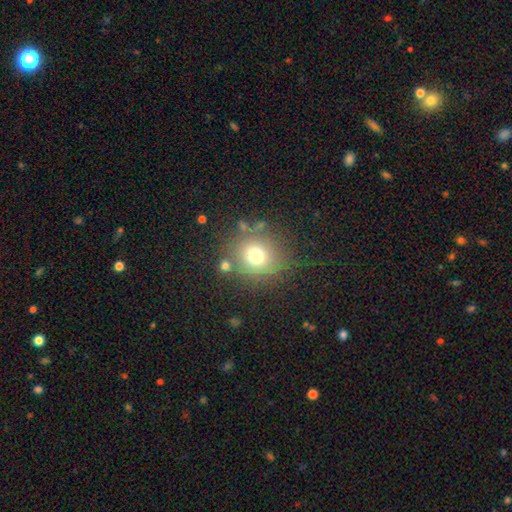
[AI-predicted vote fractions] This appears to be a smooth galaxy with no disk features (73%) that is round (85%). Merging: none (76%).